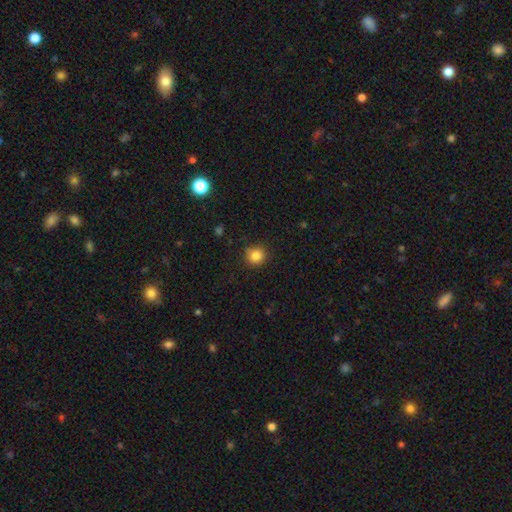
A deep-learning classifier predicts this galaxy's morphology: smooth_or_featured: smooth (p=0.84) [alt: star or artifact p=0.11]
how_rounded: round (p=0.90) [alt: in between p=0.09]
merging: none (p=0.86) [alt: minor disturbance p=0.10]